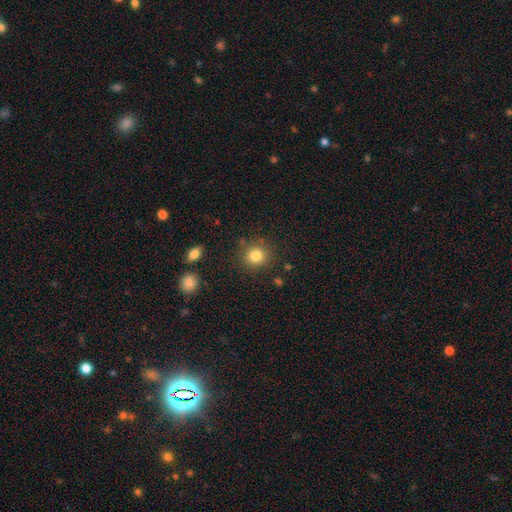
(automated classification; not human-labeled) A smooth galaxy with no disk features (83%) that is round (89%). Merging: none (86%).